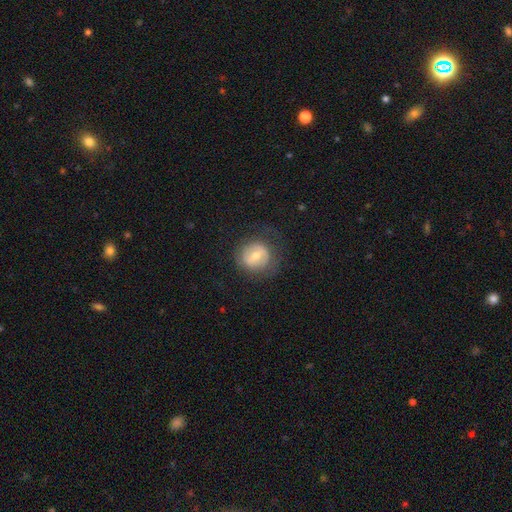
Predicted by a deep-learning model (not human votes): Q: Smooth or featured?
A: smooth (48%); runner-up: featured or disk (44%)
Q: Merging?
A: none (73%); runner-up: minor disturbance (15%)